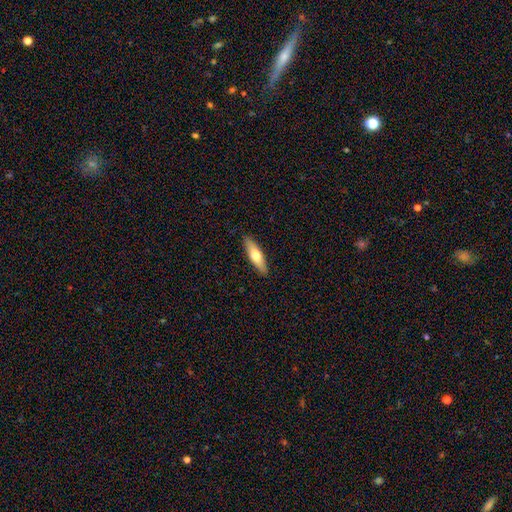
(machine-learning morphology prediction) Overall: smooth (58%; featured or disk 36%). How rounded: cigar-shaped (64%; in between 34%). Merging: none (90%).